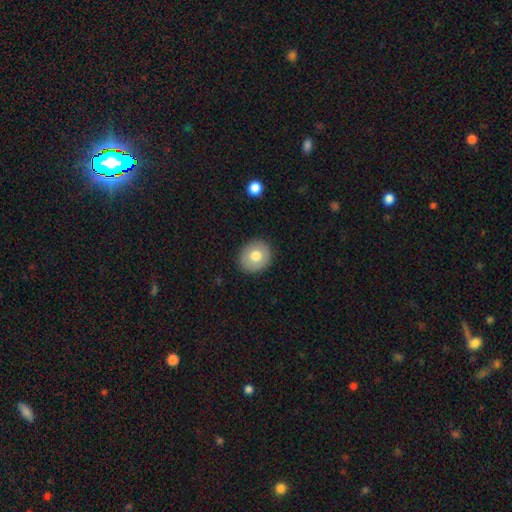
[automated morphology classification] Smooth or featured? smooth (73%)
How rounded? round (74%)
Merging? none (89%)